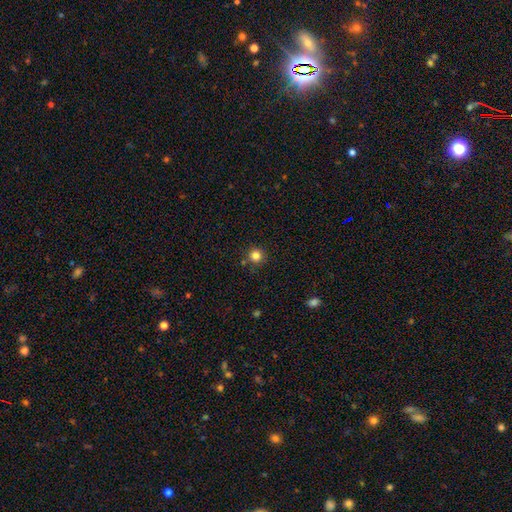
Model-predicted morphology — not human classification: Smooth or featured? smooth (82%)
How rounded? round (94%)
Merging? none (84%)